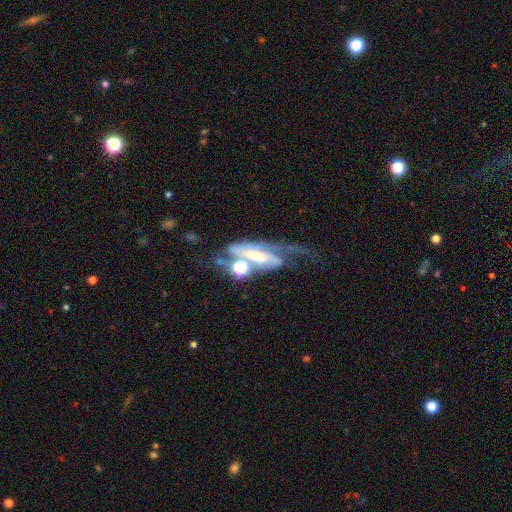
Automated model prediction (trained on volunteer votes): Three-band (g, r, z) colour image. It shows a featured or disk galaxy (78%) with a strong bar (47%), 2 (69%) medium (40%) spiral arms (91%) and a small central bulge (37%). Merging: none (32%).